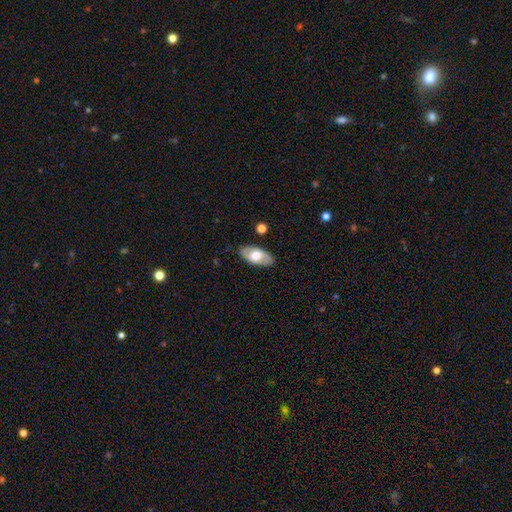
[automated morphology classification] Overall: smooth (50%; featured or disk 44%). How rounded: in between (92%). Merging: none (85%).